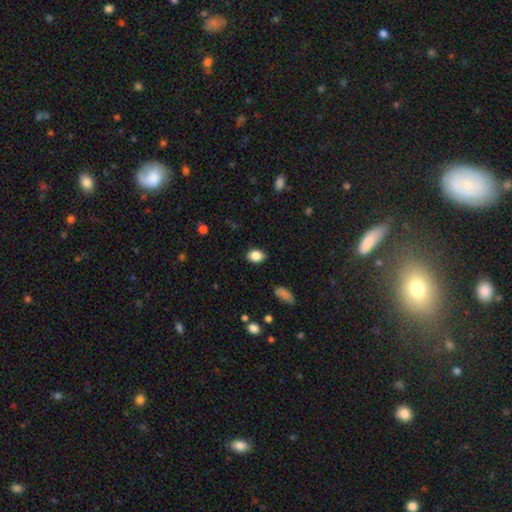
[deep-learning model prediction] This appears to be a smooth galaxy with no disk features (86%) that is in between round and cigar-shaped (72%). Merging: none (88%).